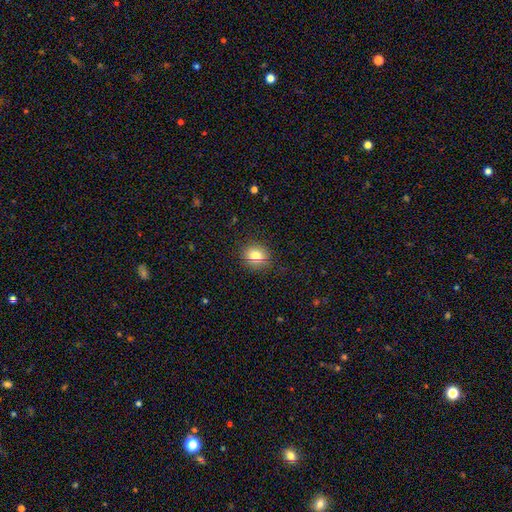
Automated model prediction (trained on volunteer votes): Q: Smooth or featured?
A: smooth (80%); runner-up: star or artifact (11%)
Q: How rounded?
A: round (66%); runner-up: in between (33%)
Q: Merging?
A: none (87%); runner-up: minor disturbance (10%)